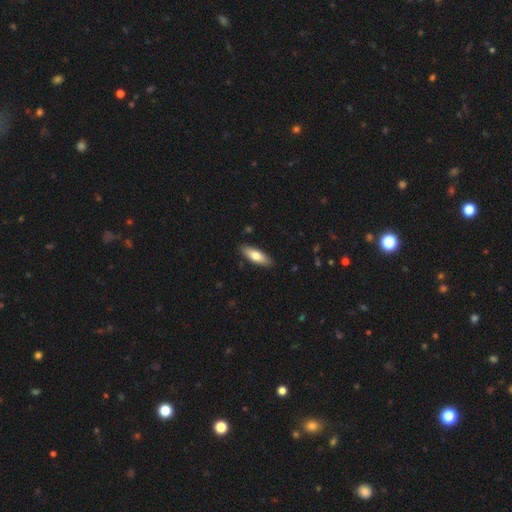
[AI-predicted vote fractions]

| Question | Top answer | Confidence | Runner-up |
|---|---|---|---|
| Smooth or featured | smooth | 75% | featured or disk (20%) |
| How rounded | in between | 63% | cigar-shaped (35%) |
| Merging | none | 87% | minor disturbance (10%) |